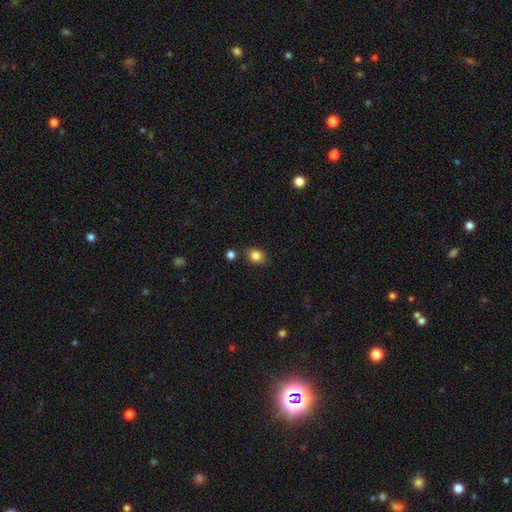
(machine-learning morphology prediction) The model was most divided on "how rounded": round: 58%, in between: 41%, cigar-shaped: 1%. More confident: smooth or featured — smooth (84%); merging — none (81%).